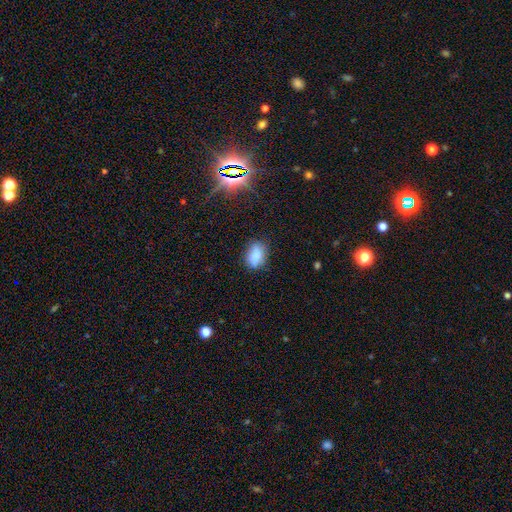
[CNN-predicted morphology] This appears to be a smooth galaxy with no disk features (83%) that is in between round and cigar-shaped (84%). Merging: none (77%).